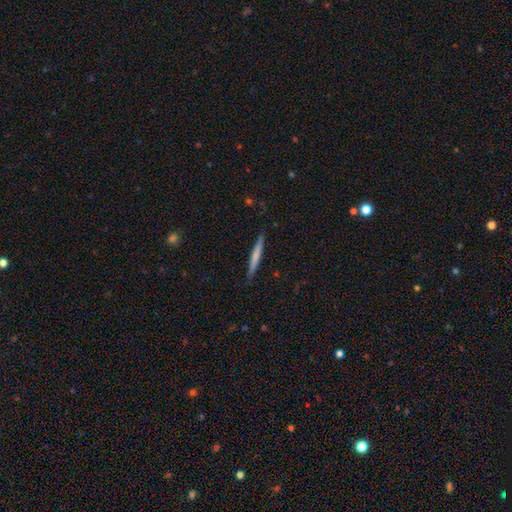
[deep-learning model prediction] Q: Smooth or featured?
A: smooth (64%); runner-up: featured or disk (30%)
Q: How rounded?
A: cigar-shaped (96%); runner-up: in between (3%)
Q: Merging?
A: none (89%); runner-up: minor disturbance (9%)